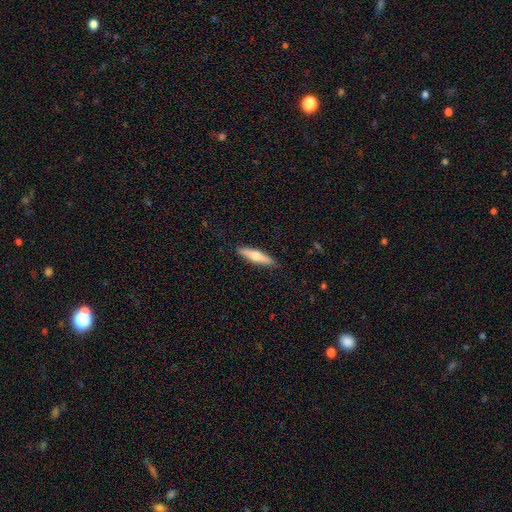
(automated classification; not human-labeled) smooth-or-featured: smooth: 61% | featured or disk: 34% | star or artifact: 5%
  how-rounded: cigar-shaped: 81% | in between: 17% | round: 2%
  merging: none: 89% | minor disturbance: 9% | major disturbance: 2% | merger: 1%